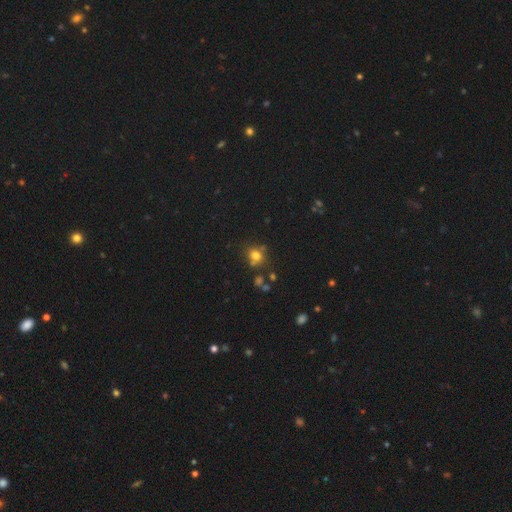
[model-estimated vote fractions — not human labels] This appears to be a smooth galaxy with no disk features (73%) that is round (73%). Merging: none (66%).